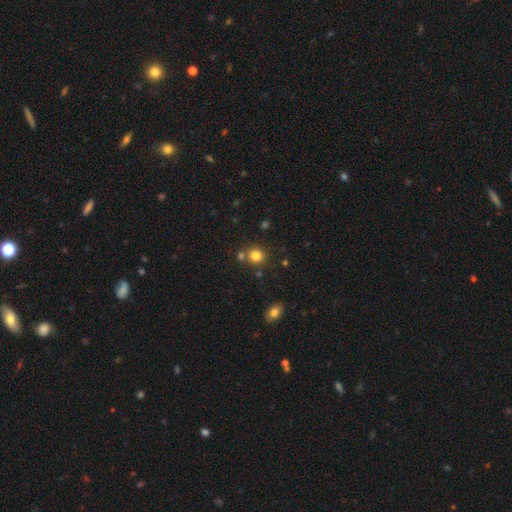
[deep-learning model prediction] smooth-or-featured: smooth: 81% | star or artifact: 13% | featured or disk: 6%
  how-rounded: round: 87% | in between: 12% | cigar-shaped: 1%
  merging: none: 72% | merger: 16% | minor disturbance: 9% | major disturbance: 3%